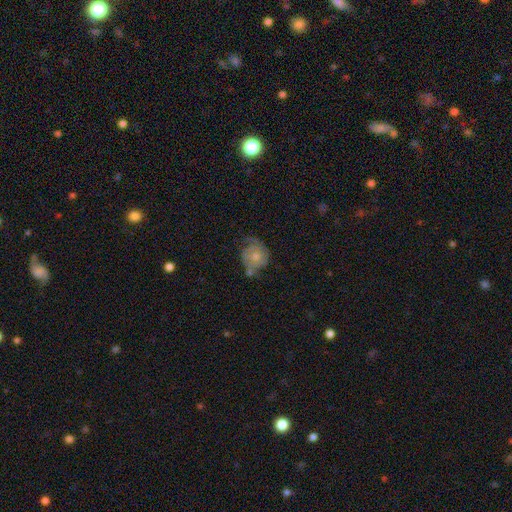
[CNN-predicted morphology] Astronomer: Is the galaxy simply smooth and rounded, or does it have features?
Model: featured or disk — 56% (runner-up: smooth, 37%).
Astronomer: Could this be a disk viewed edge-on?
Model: no — 97%.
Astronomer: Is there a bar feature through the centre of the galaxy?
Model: no — 78%.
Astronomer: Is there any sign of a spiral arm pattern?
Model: yes — 78%.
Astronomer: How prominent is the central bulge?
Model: moderate — 54% (runner-up: small, 30%).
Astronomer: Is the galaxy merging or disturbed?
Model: none — 39% (runner-up: minor disturbance, 29%).